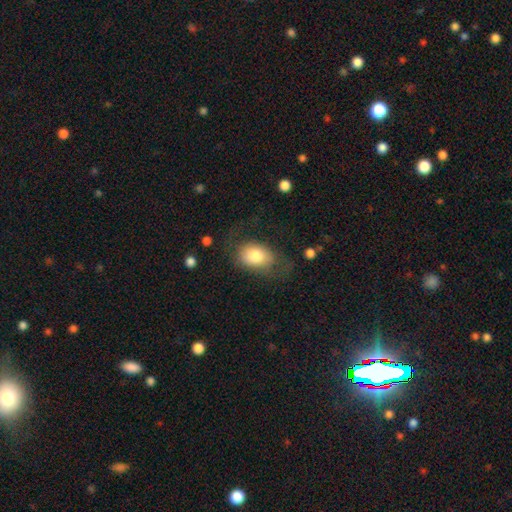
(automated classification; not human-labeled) Smooth or featured? Predicted: smooth (p=0.74). How rounded? Predicted: in between (p=0.76). Merging? Predicted: none (p=0.53).